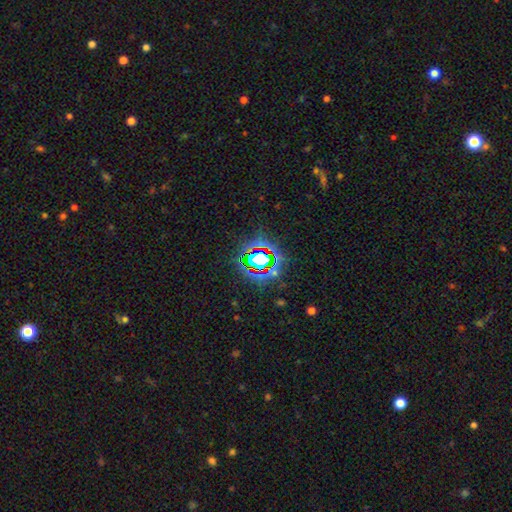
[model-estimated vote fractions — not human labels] This appears to be a star or artifact, not a galaxy (73%).